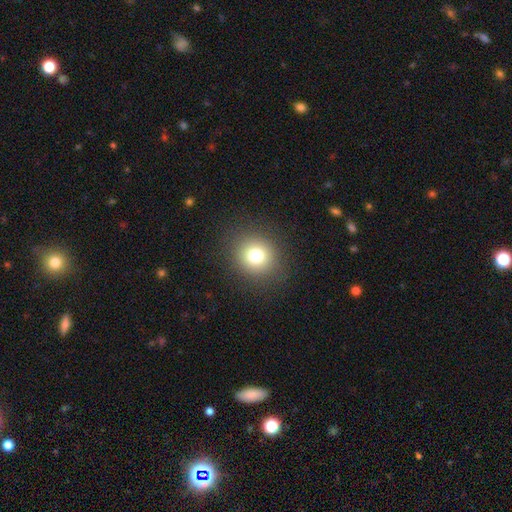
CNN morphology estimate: smooth_or_featured: smooth (p=0.77) [alt: star or artifact p=0.14]
how_rounded: round (p=0.87) [alt: in between p=0.12]
merging: none (p=0.89) [alt: minor disturbance p=0.07]